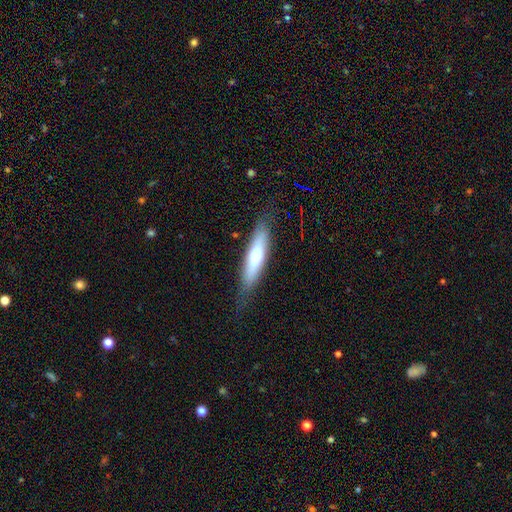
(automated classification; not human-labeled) The model was most divided on "smooth or featured": smooth: 59%, featured or disk: 35%, star or artifact: 6%. More confident: merging — none (78%); how rounded — cigar-shaped (76%).